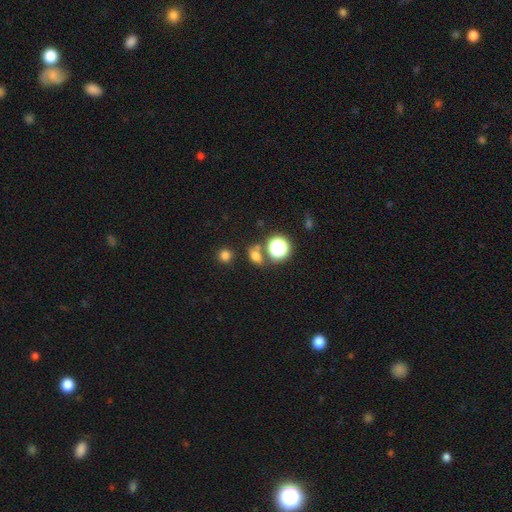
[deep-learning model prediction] smooth 68%, star or artifact 24%, featured or disk 8%. Down the decision tree: how rounded — round (51%); merging — none (71%).